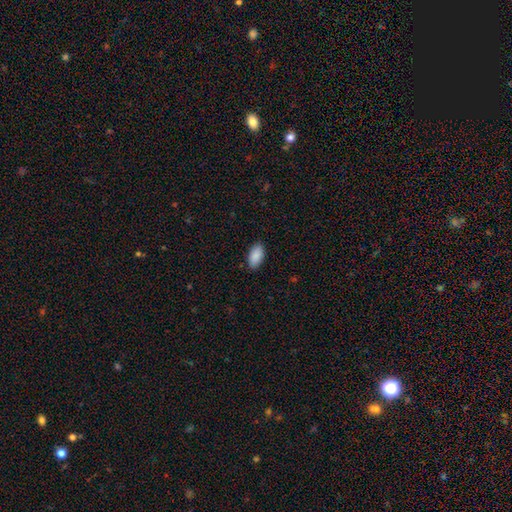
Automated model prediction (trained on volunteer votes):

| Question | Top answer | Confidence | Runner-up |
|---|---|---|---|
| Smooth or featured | smooth | 91% | star or artifact (6%) |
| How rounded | in between | 95% | cigar-shaped (3%) |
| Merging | none | 88% | minor disturbance (9%) |